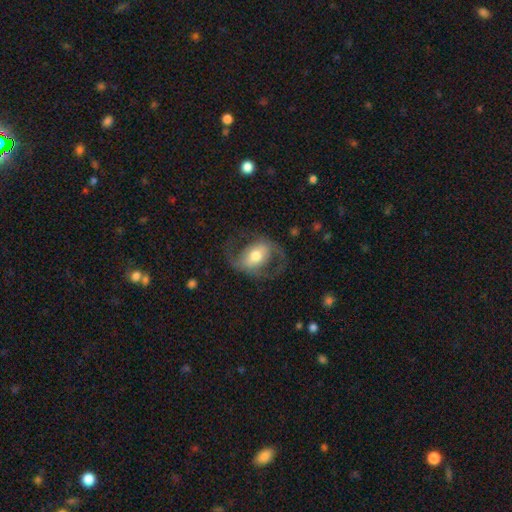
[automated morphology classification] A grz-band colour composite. It shows a featured or disk galaxy (72%) with a weak bar (36%), 2 (89%) medium (49%) spiral arms (80%) and a moderate central bulge (66%). Merging: none (67%).